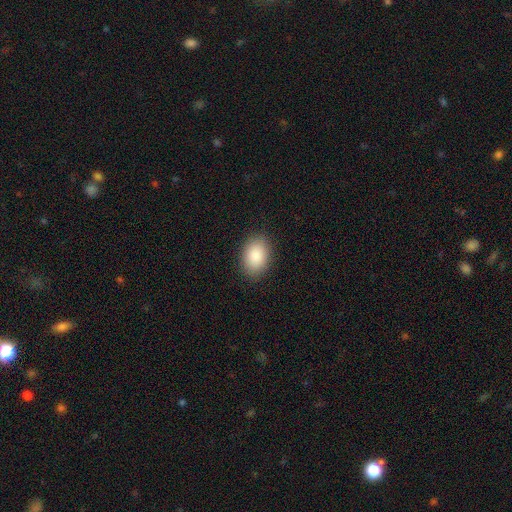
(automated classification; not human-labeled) Smooth or featured: smooth — 89% (star or artifact — 7%)
How rounded: in between — 83% (round — 16%)
Merging: none — 88% (minor disturbance — 8%)